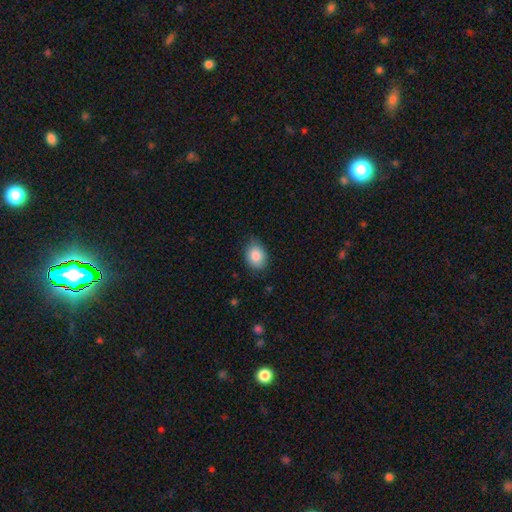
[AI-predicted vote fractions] A smooth galaxy with no disk features (86%) that is in between round and cigar-shaped (66%).

Vote fractions:
- Smooth or featured? smooth: 86% / star or artifact: 7% / featured or disk: 6%
- How rounded? in between: 66% / round: 33% / cigar-shaped: 1%
- Merging? none: 74% / minor disturbance: 21% / major disturbance: 3% / merger: 1%